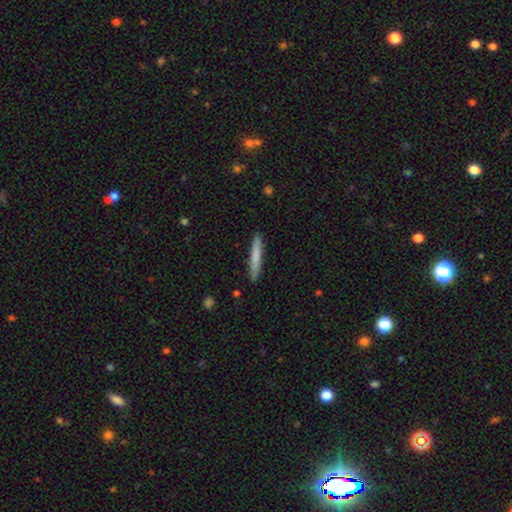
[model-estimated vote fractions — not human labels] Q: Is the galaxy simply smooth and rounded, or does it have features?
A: smooth — 74%.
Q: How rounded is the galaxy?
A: cigar-shaped — 95%.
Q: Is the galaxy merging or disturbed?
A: none — 89%.